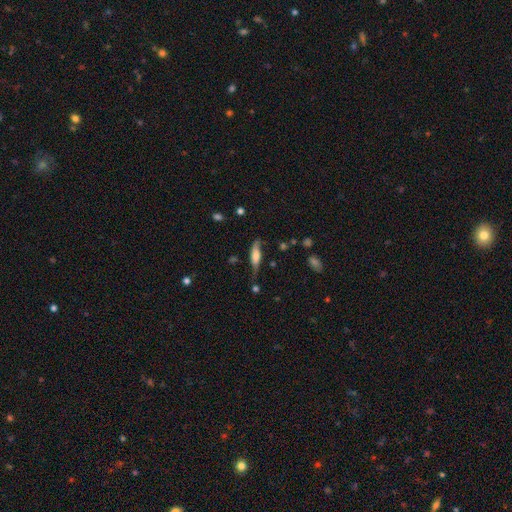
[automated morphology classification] This appears to be a featured or disk galaxy (47%). Merging: none (54%).